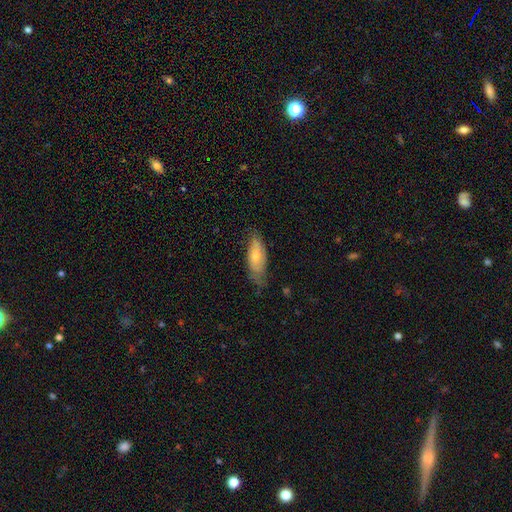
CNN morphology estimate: Overall: smooth (52%; featured or disk 41%). How rounded: in between (68%; cigar-shaped 30%). Merging: none (61%; minor disturbance 30%).